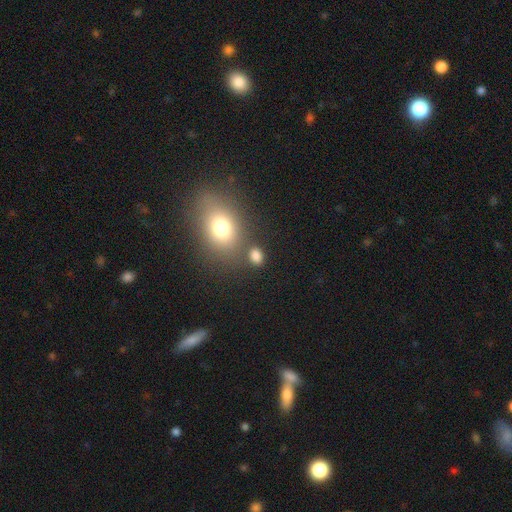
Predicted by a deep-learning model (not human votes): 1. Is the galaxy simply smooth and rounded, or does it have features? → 80% smooth, 14% star or artifact, 6% featured or disk.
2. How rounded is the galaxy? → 55% in between, 43% round, 2% cigar-shaped.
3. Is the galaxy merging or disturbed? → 72% none, 11% merger, 11% minor disturbance, 5% major disturbance.